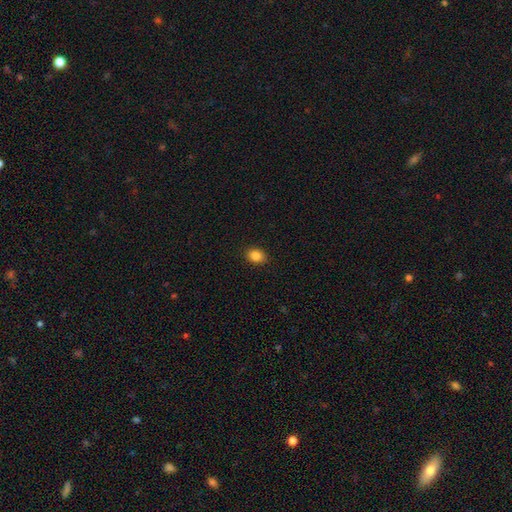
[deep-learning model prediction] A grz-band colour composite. It shows a smooth galaxy with no disk features (85%) that is in between round and cigar-shaped (56%). Merging: none (90%).